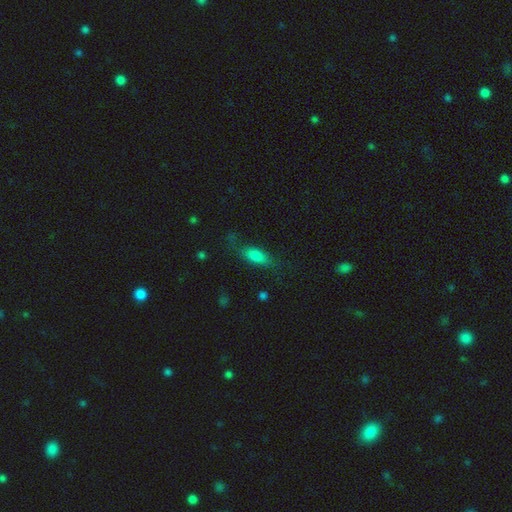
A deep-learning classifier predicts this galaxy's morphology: type=smooth (77%); roundness=in between (72%); merging=none (67%).